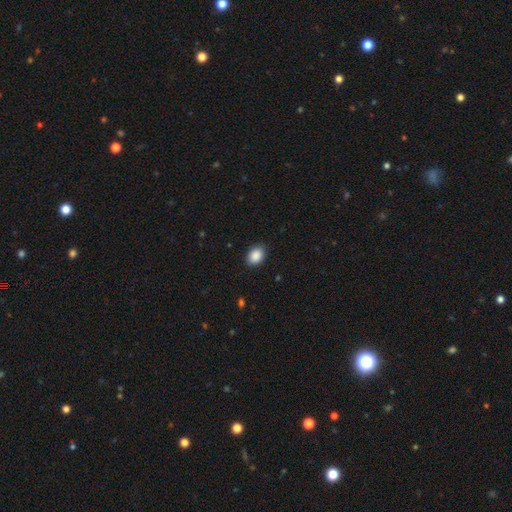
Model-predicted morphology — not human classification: This appears to be a smooth galaxy with no disk features (89%) that is in between round and cigar-shaped (72%). Merging: none (87%).